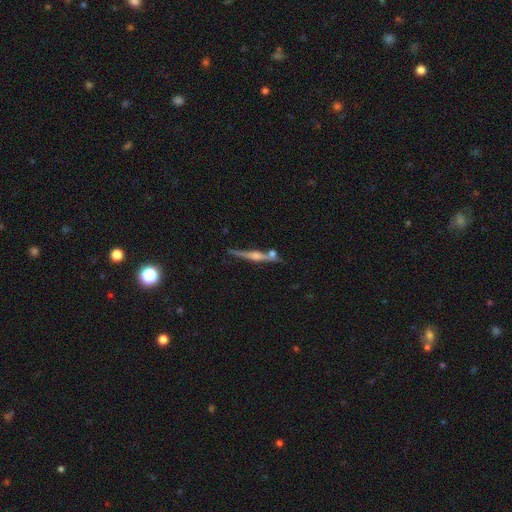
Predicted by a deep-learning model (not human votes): Smooth or featured?
  - featured or disk: 75% *
  - smooth: 18%
  - star or artifact: 7%
Edge-on disk?
  - yes: 97% *
  - no: 3%
Edge-on bulge?
  - rounded: 79% *
  - boxy: 12%
  - none: 9%
Merging?
  - none: 69% *
  - merger: 15%
  - minor disturbance: 12%
  - major disturbance: 4%